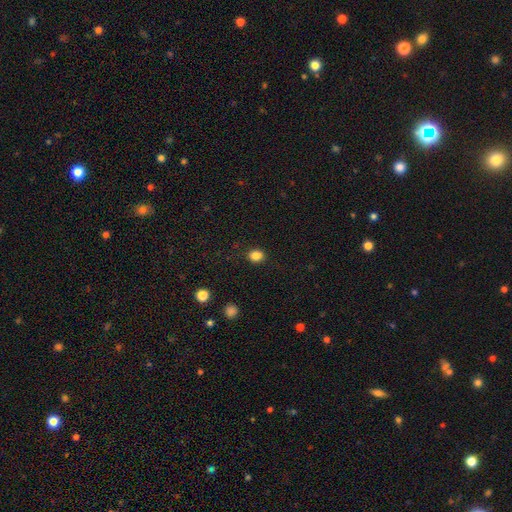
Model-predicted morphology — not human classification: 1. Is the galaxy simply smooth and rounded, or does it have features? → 85% smooth, 11% star or artifact, 4% featured or disk.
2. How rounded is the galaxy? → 65% round, 34% in between, 1% cigar-shaped.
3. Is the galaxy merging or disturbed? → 87% none, 9% minor disturbance, 3% major disturbance, 1% merger.